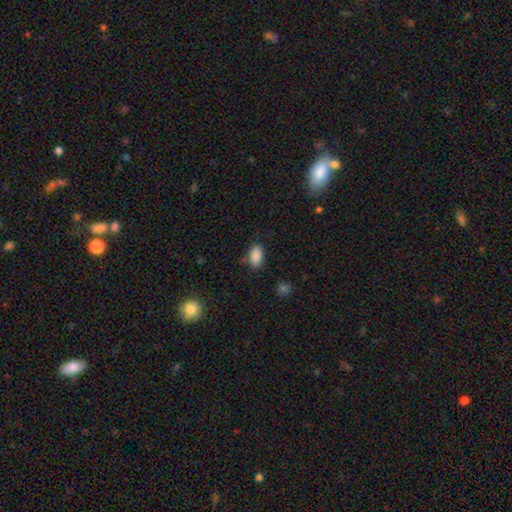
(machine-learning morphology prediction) This appears to be a smooth galaxy with no disk features (88%) that is in between round and cigar-shaped (92%). Merging: none (81%).